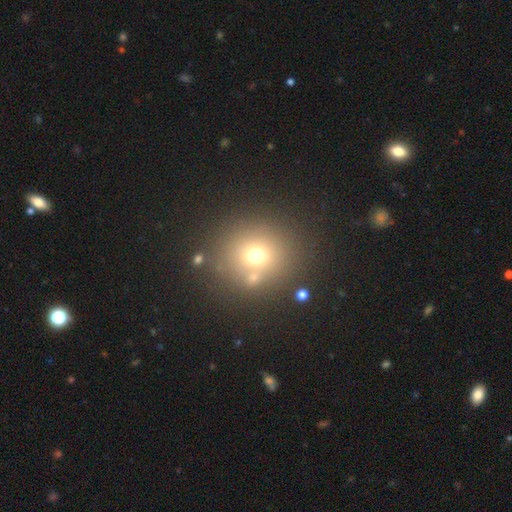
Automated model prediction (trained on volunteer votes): This is likely a smooth galaxy (66%). How rounded: clearly round (83%). Merging: likely none (75%).